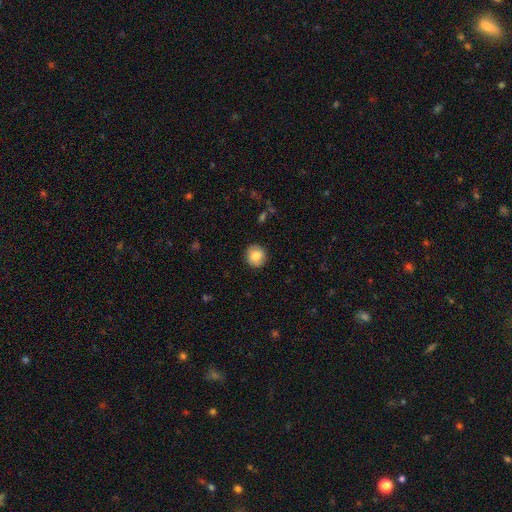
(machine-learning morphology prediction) smooth_or_featured: smooth (p=0.81) [alt: featured or disk p=0.11]
how_rounded: round (p=0.91) [alt: in between p=0.08]
merging: none (p=0.90) [alt: minor disturbance p=0.07]